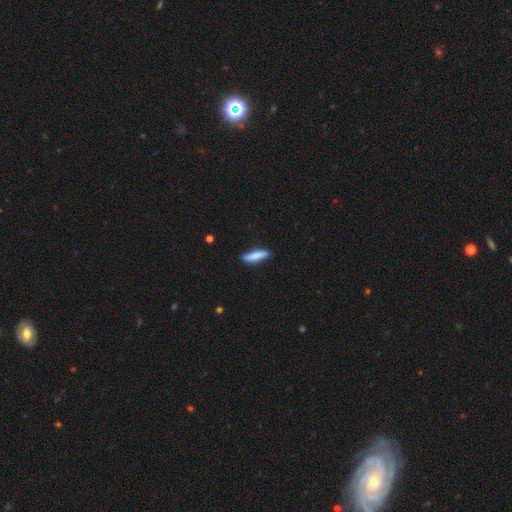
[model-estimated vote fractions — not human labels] A smooth galaxy with no disk features (83%) that is cigar-shaped (73%).

Vote fractions:
- Smooth or featured? smooth: 83% / featured or disk: 11% / star or artifact: 6%
- How rounded? cigar-shaped: 73% / in between: 25% / round: 2%
- Merging? none: 87% / minor disturbance: 10% / major disturbance: 2% / merger: 1%